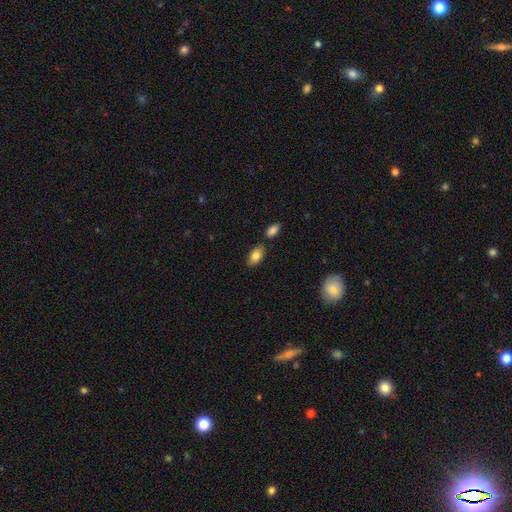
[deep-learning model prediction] Smooth or featured?
  - smooth: 84% *
  - featured or disk: 9%
  - star or artifact: 7%
How rounded?
  - in between: 93% *
  - round: 4%
  - cigar-shaped: 3%
Merging?
  - none: 76% *
  - minor disturbance: 11%
  - merger: 10%
  - major disturbance: 3%